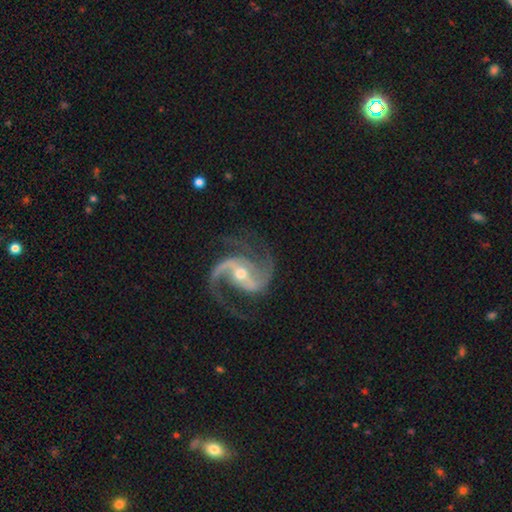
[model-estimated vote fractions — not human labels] The model was most divided on "bar": weak: 36%, no: 35%, strong: 29%. More confident: spiral arms — yes (99%); edge-on disk — no (98%); smooth or featured — featured or disk (93%); spiral arm count — 2 (89%); merging — none (75%); spiral winding — medium (58%); bulge size — small (53%).